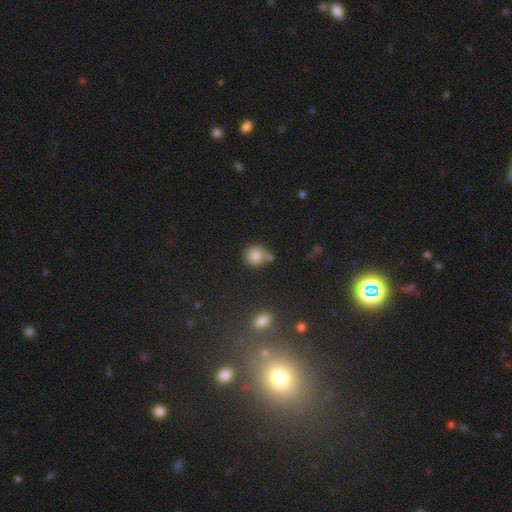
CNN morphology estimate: This is clearly a smooth galaxy (82%). How rounded: clearly round (85%). Merging: possibly none (56%).